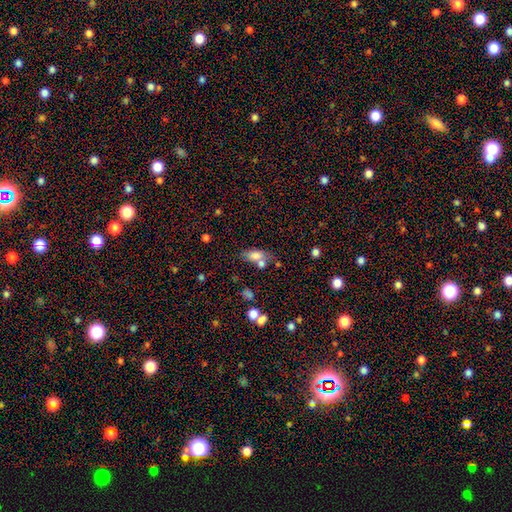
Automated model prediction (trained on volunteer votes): Q: Smooth or featured?
A: smooth (74%); runner-up: featured or disk (16%)
Q: How rounded?
A: in between (80%); runner-up: cigar-shaped (12%)
Q: Merging?
A: none (49%); runner-up: merger (28%)